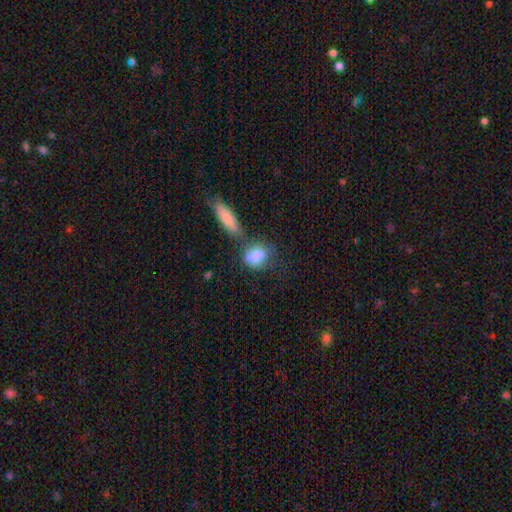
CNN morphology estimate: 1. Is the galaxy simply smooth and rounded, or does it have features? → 79% smooth, 13% featured or disk, 9% star or artifact.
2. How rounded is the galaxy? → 64% in between, 30% round, 6% cigar-shaped.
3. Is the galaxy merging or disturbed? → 42% none, 25% merger, 21% minor disturbance, 12% major disturbance.